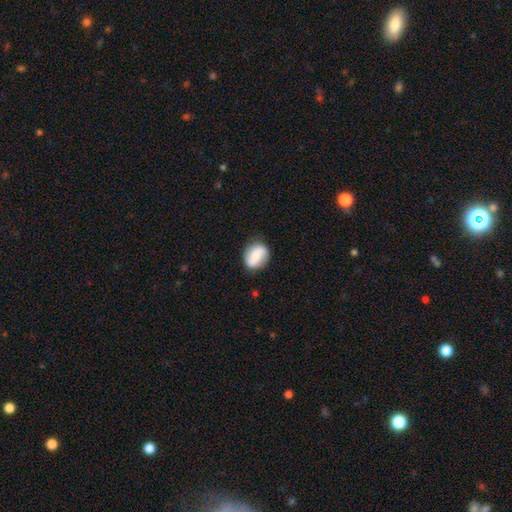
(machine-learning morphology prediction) Overall: smooth (67%). How rounded: in between (54%; round 45%). Merging: none (76%).